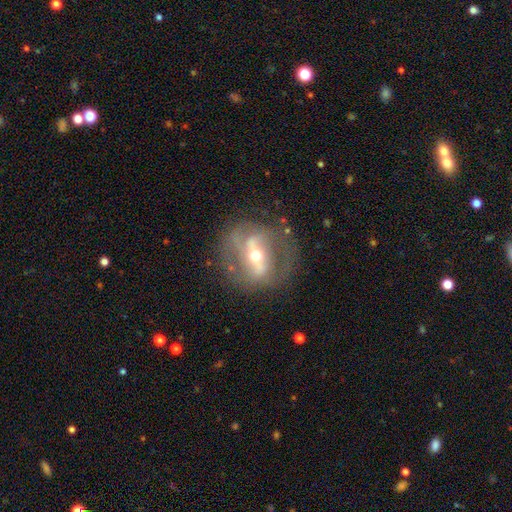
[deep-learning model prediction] Overall: featured or disk (80%). Edge-on disk: no (89%). Bar: strong (63%; weak 23%). Spiral arms: yes (67%; no 33%). Bulge size: moderate (60%; small 35%). Merging: none (69%).